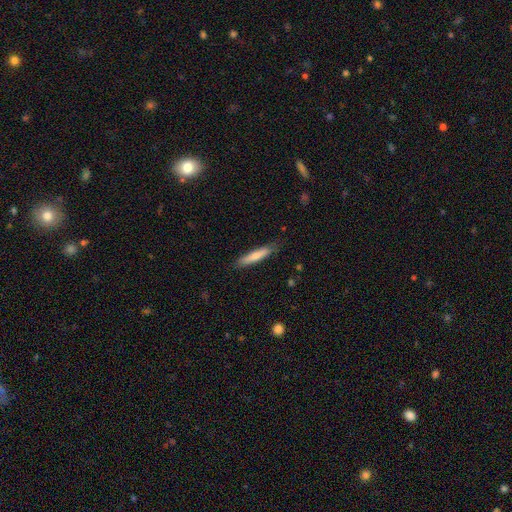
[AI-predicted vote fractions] Morphology: type=smooth (73%); roundness=cigar-shaped (87%); merging=none (81%).